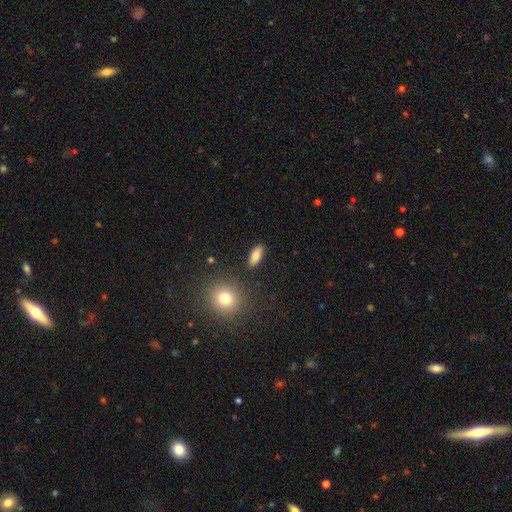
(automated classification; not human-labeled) Smooth or featured? Predicted: smooth (p=0.85). How rounded? Predicted: in between (p=0.78). Merging? Predicted: none (p=0.88).